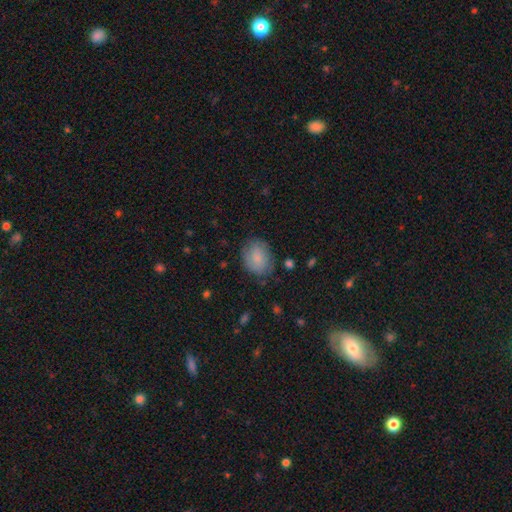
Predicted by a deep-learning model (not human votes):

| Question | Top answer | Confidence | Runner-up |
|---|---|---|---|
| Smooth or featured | smooth | 82% | featured or disk (11%) |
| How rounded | in between | 58% | round (40%) |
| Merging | none | 75% | minor disturbance (18%) |